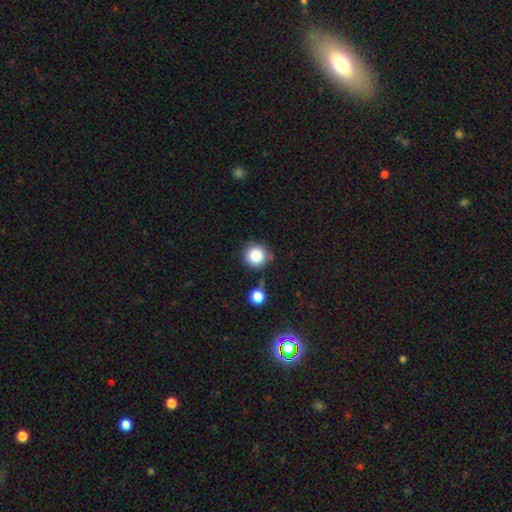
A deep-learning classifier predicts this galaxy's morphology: This appears to be a smooth galaxy with no disk features (85%) that is round (94%). Merging: none (78%).